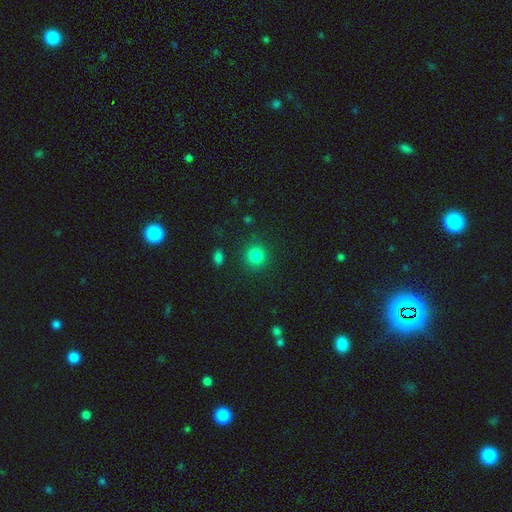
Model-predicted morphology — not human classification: type=smooth (83%); roundness=round (92%); merging=none (88%).